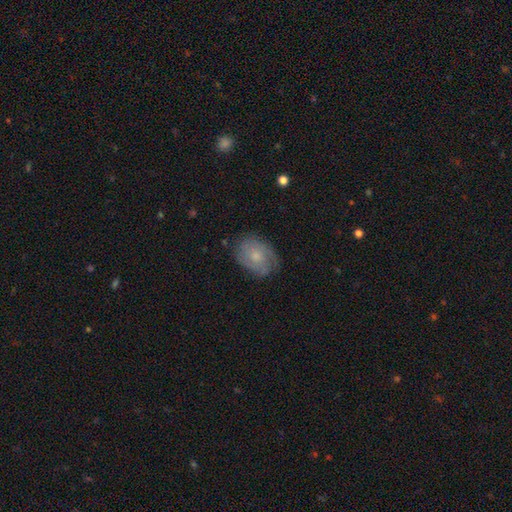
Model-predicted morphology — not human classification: Q: Smooth or featured?
A: smooth (47%); runner-up: featured or disk (45%)
Q: Merging?
A: none (71%); runner-up: minor disturbance (22%)